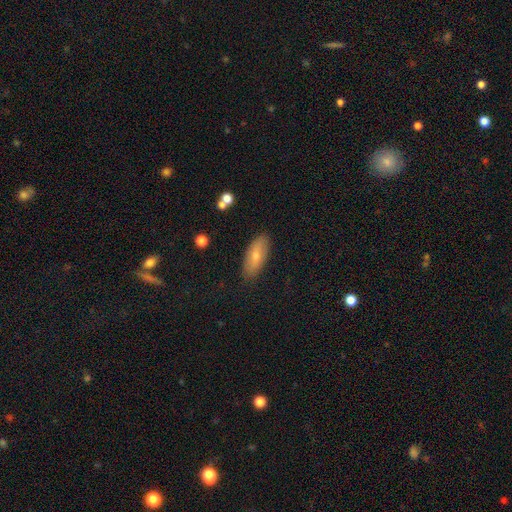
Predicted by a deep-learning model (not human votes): Smooth or featured? smooth (70%)
How rounded? in between (77%)
Merging? none (85%)